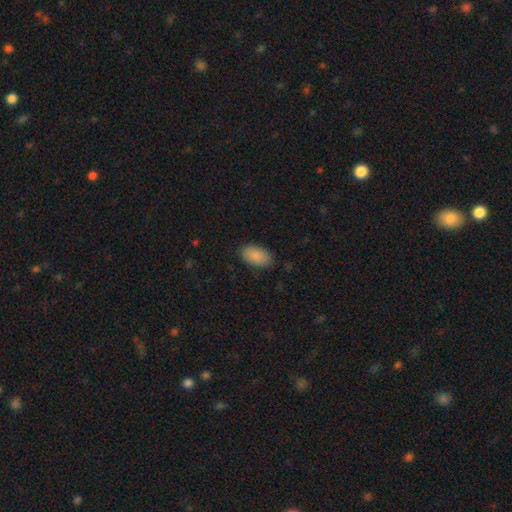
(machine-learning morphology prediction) A smooth galaxy with no disk features (88%) that is in between round and cigar-shaped (94%). Merging: none (85%).